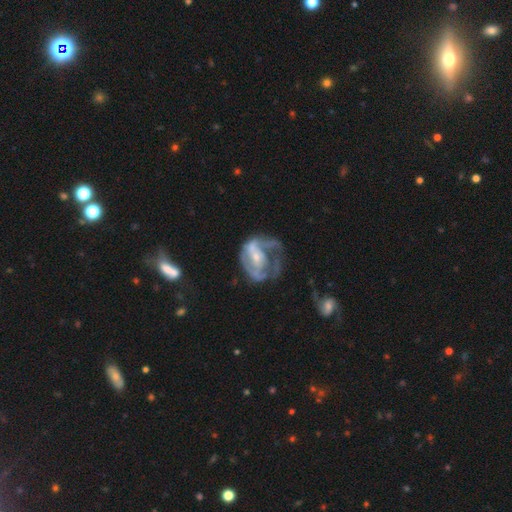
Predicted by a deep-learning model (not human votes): The model was most divided on "spiral arms": yes: 57%, no: 43%. Remaining: edge-on disk — no (97%); smooth or featured — featured or disk (72%); bulge size — small (62%); bar — no (54%); merging — major disturbance (50%).